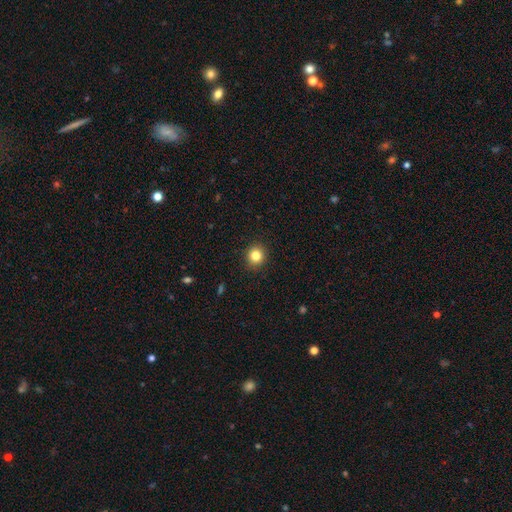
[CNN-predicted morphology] smooth-or-featured: smooth: 83% | star or artifact: 11% | featured or disk: 6%
  how-rounded: round: 90% | in between: 10% | cigar-shaped: 1%
  merging: none: 92% | minor disturbance: 6% | major disturbance: 2% | merger: 1%